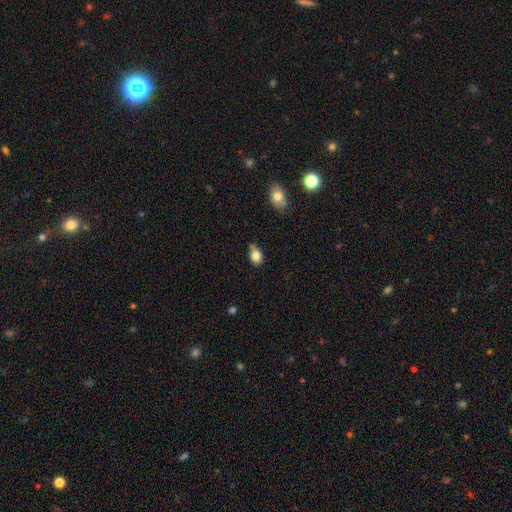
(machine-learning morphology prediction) smooth 82%, star or artifact 9%, featured or disk 8%. Down the decision tree: how rounded — in between (70%); merging — none (60%).